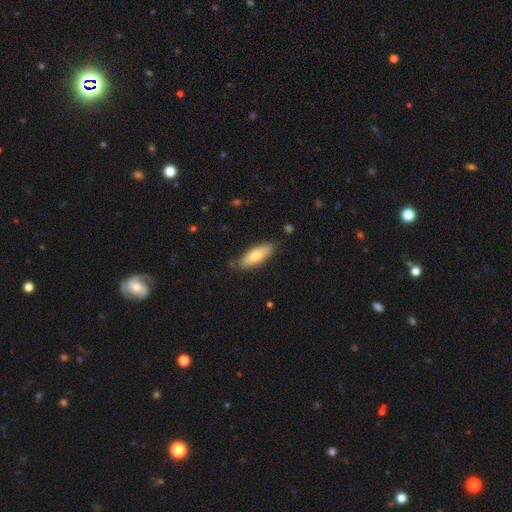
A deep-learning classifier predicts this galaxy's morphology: type=smooth (75%); roundness=in between (69%); merging=none (82%).